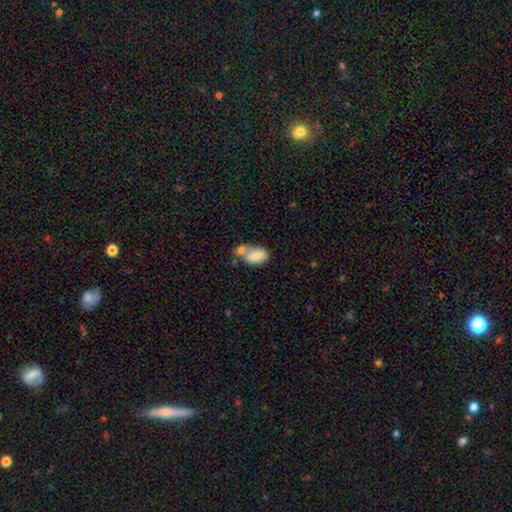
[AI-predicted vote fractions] Morphology: type=smooth (76%); roundness=in between (92%); merging=merger (46%).